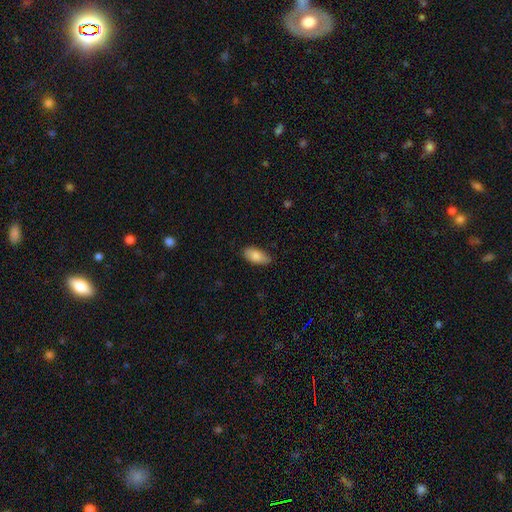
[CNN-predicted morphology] smooth-or-featured: smooth: 84% | featured or disk: 9% | star or artifact: 6%
  how-rounded: in between: 89% | cigar-shaped: 8% | round: 2%
  merging: none: 82% | minor disturbance: 15% | major disturbance: 2% | merger: 1%